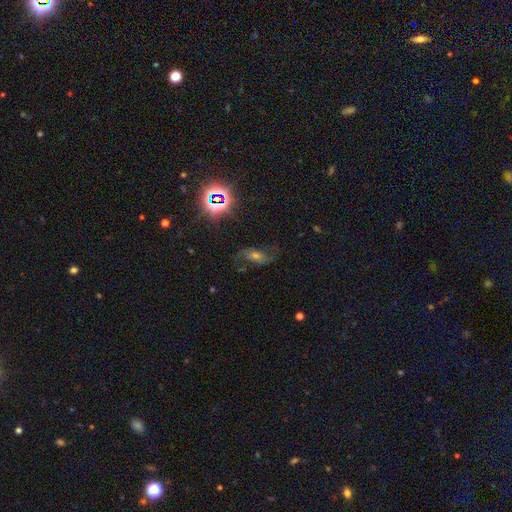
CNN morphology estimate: featured or disk 50%, star or artifact 29%, smooth 20%. Down the decision tree: edge-on disk — no (90%); merging — none (65%).